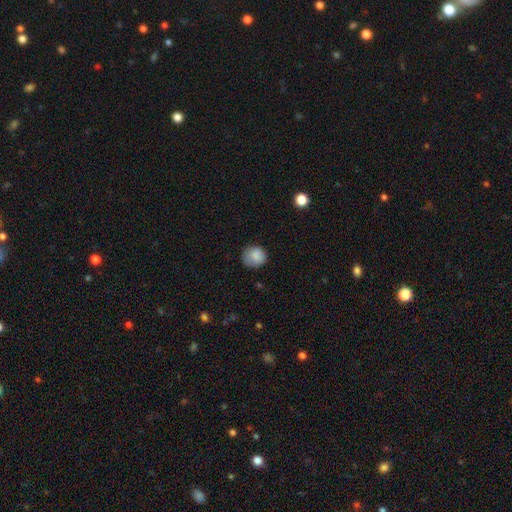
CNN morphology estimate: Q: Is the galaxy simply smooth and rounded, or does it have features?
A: smooth — 86%.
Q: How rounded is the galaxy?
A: round — 85%.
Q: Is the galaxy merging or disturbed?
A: none — 77%.